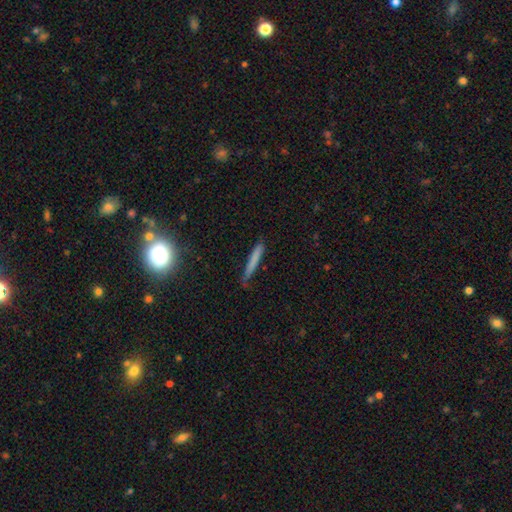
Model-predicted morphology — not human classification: smooth 70%, featured or disk 21%, star or artifact 9%. Down the decision tree: how rounded — cigar-shaped (95%); merging — none (79%).